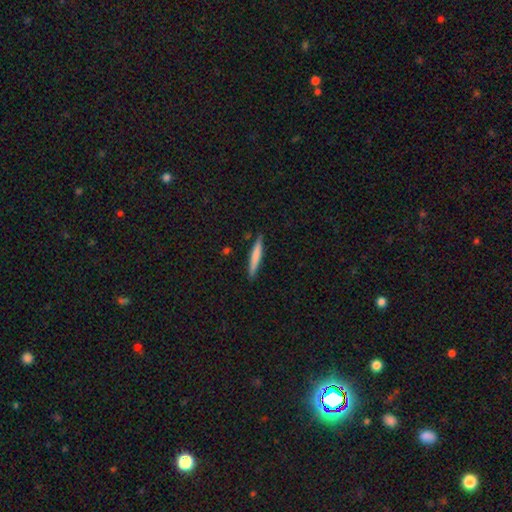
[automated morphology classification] The model was most divided on "smooth or featured": smooth: 71%, featured or disk: 23%, star or artifact: 5%. More confident: how rounded — cigar-shaped (95%); merging — none (88%).